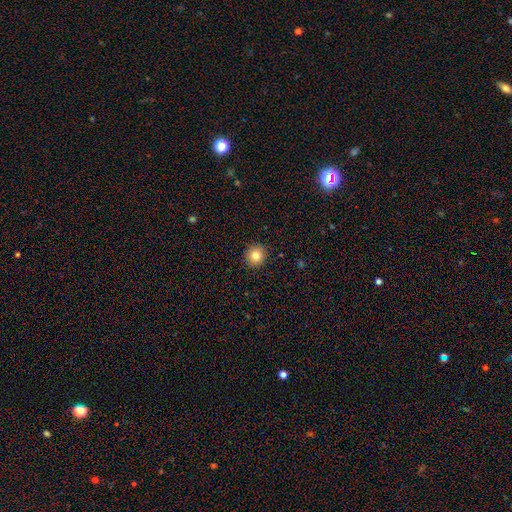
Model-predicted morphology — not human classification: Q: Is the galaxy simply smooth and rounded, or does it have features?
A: smooth — 82%.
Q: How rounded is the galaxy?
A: round — 90%.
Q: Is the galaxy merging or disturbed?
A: none — 91%.